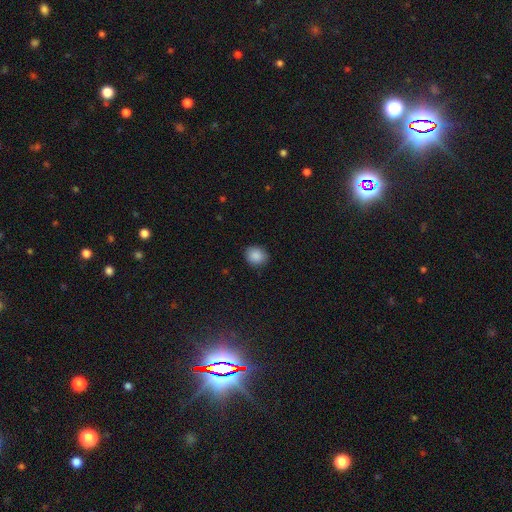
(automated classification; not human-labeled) A smooth galaxy with no disk features (88%) that is round (69%).

Vote fractions:
- Smooth or featured? smooth: 88% / star or artifact: 9% / featured or disk: 3%
- How rounded? round: 69% / in between: 30% / cigar-shaped: 1%
- Merging? none: 86% / minor disturbance: 10% / major disturbance: 2% / merger: 1%